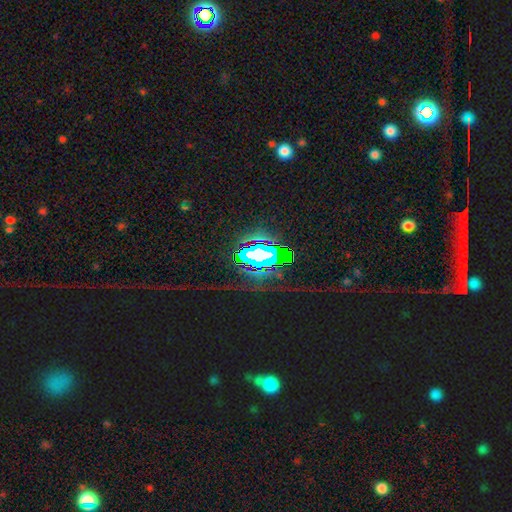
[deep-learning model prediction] A star or artifact, not a galaxy (61%).